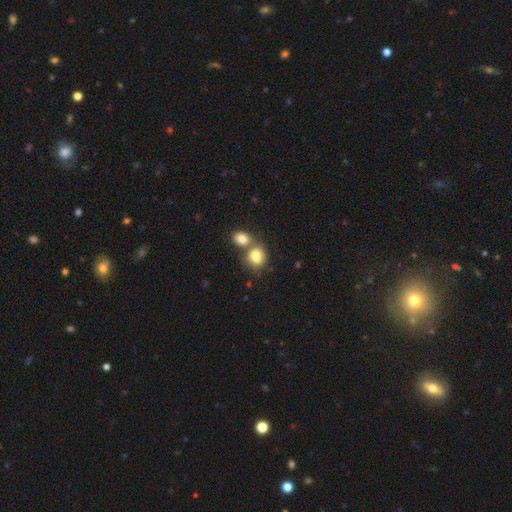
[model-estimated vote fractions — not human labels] This appears to be a smooth galaxy with no disk features (78%) that is in between round and cigar-shaped (55%). Merging: merger (59%).